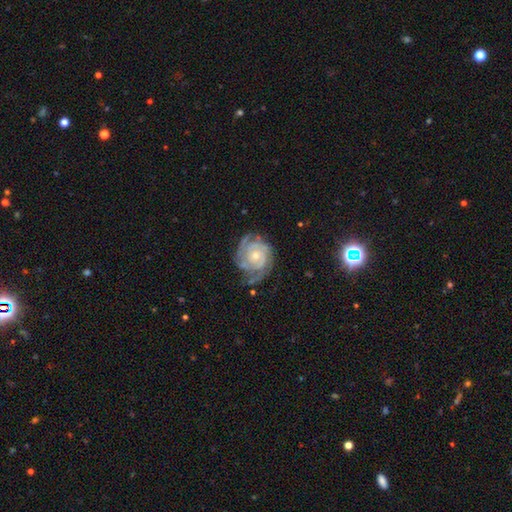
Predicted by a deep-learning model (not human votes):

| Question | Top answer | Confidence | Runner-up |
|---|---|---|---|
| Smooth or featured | featured or disk | 89% | smooth (6%) |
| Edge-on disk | no | 98% | yes (2%) |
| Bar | no | 77% | weak (19%) |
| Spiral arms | yes | 97% | no (3%) |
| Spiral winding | tight | 78% | medium (19%) |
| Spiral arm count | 2 | 34% | 3 (25%) |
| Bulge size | small | 52% | moderate (43%) |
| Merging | none | 67% | minor disturbance (21%) |